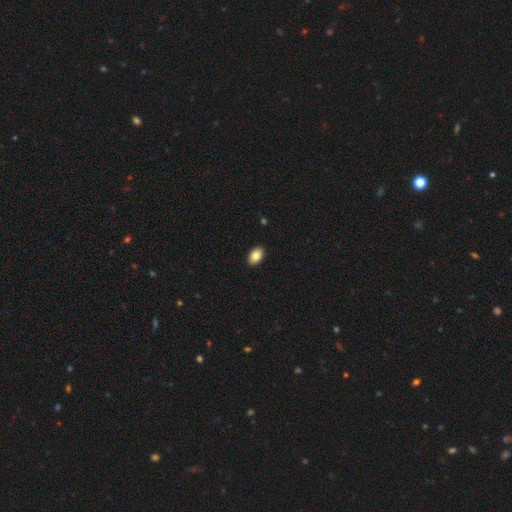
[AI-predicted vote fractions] Overall: smooth (84%). How rounded: in between (90%). Merging: none (91%).